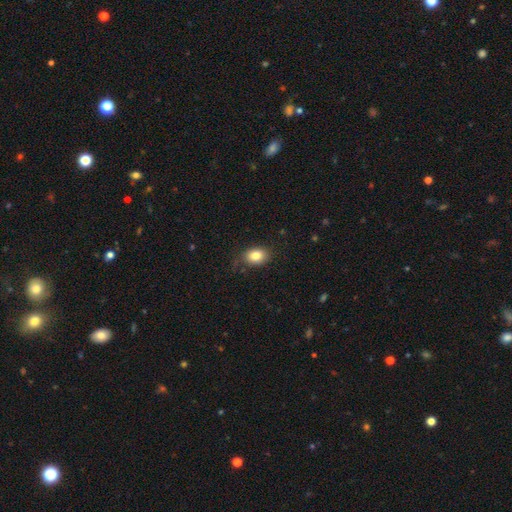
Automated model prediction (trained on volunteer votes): This is clearly a smooth galaxy (82%). How rounded: likely in between (69%). Merging: likely none (78%).